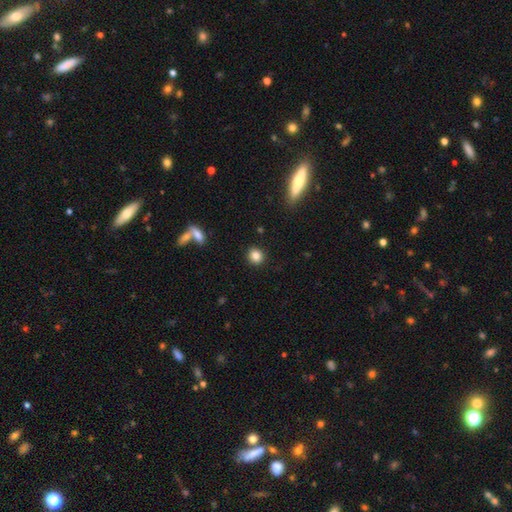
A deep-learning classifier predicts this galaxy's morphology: Smooth or featured? Predicted: smooth (p=0.85). How rounded? Predicted: round (p=0.86). Merging? Predicted: none (p=0.90).